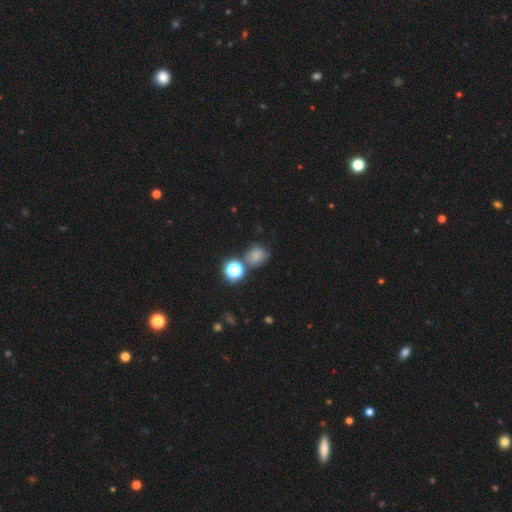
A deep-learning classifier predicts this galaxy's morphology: smooth-or-featured: smooth: 71% | star or artifact: 20% | featured or disk: 9%
  how-rounded: round: 73% | in between: 26% | cigar-shaped: 1%
  merging: none: 63% | minor disturbance: 18% | merger: 13% | major disturbance: 6%